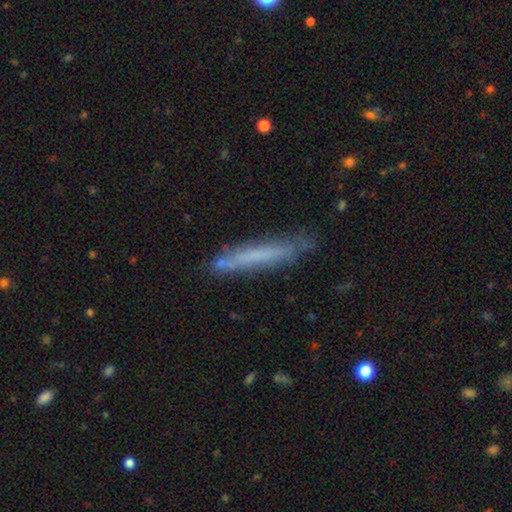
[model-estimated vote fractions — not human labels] This is possibly a smooth galaxy (54%). How rounded: clearly cigar-shaped (94%). Merging: likely none (74%).